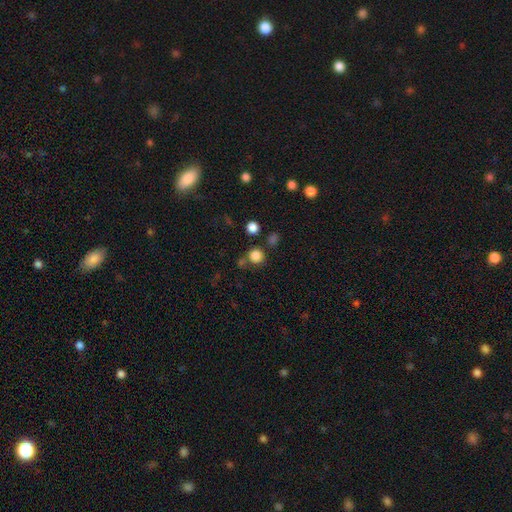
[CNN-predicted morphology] smooth_or_featured: smooth (p=0.83) [alt: star or artifact p=0.13]
how_rounded: round (p=0.92) [alt: in between p=0.07]
merging: none (p=0.75) [alt: merger p=0.12]